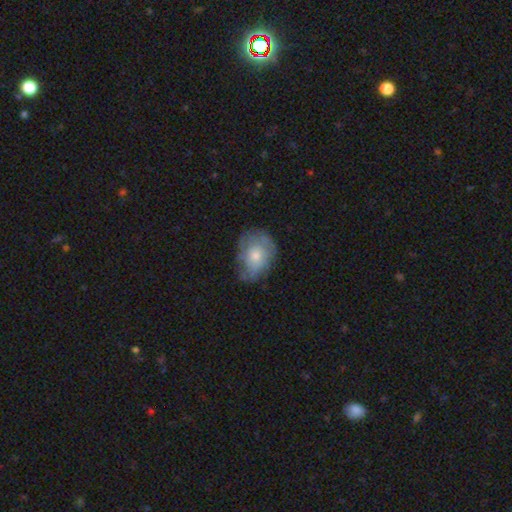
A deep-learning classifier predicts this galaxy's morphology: Smooth or featured? Predicted: smooth (p=0.51). How rounded? Predicted: in between (p=0.62). Merging? Predicted: none (p=0.59).